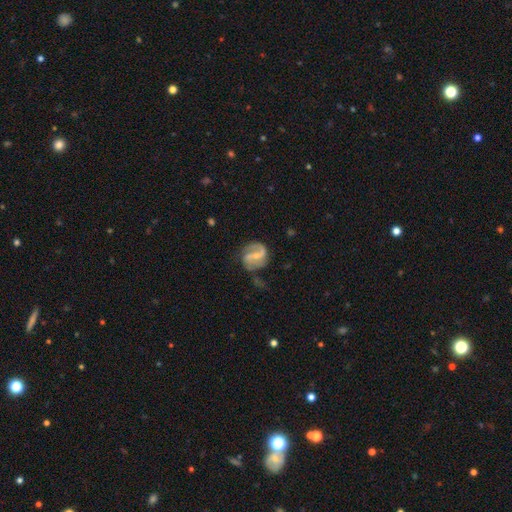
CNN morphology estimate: A featured or disk galaxy (82%) with a weak bar (44%), 2 (87%) medium (48%) spiral arms (93%) and a small central bulge (55%). Merging: none (65%).